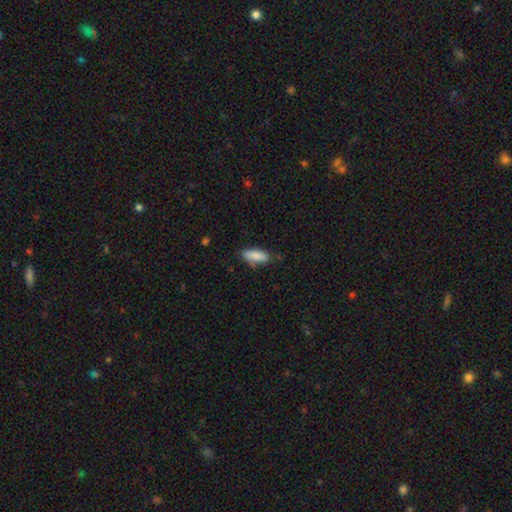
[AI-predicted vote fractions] Smooth or featured: smooth — 85% (featured or disk — 9%)
How rounded: in between — 68% (cigar-shaped — 30%)
Merging: none — 78% (minor disturbance — 17%)